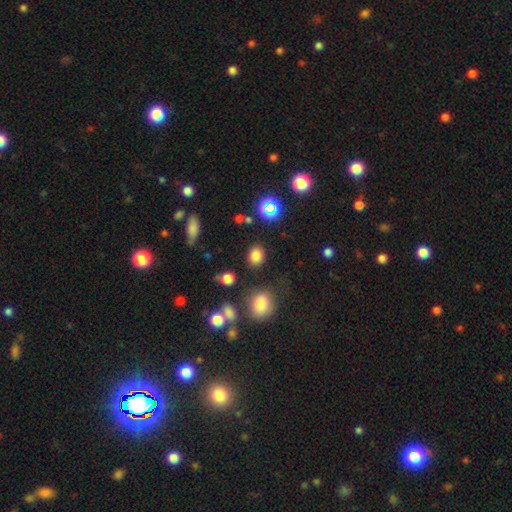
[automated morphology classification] The model was most divided on "how rounded": round: 53%, in between: 46%, cigar-shaped: 1%. More confident: merging — none (85%); smooth or featured — smooth (79%).